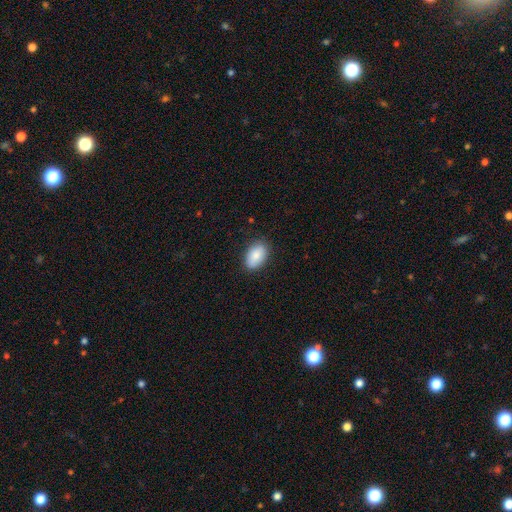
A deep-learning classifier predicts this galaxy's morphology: Smooth or featured? smooth (87%)
How rounded? in between (92%)
Merging? none (86%)